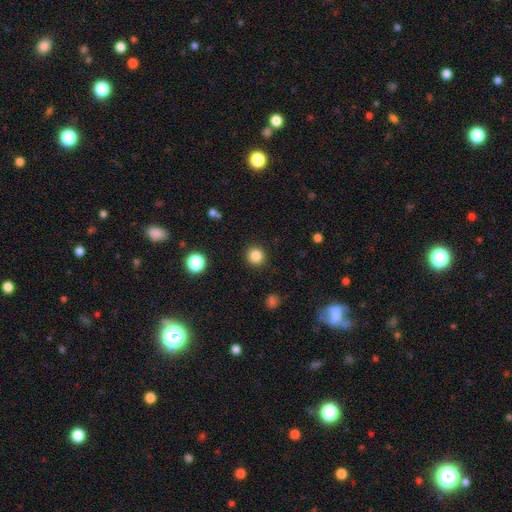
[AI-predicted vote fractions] Smooth or featured: smooth — 84% (star or artifact — 11%)
How rounded: round — 93% (in between — 6%)
Merging: none — 91% (minor disturbance — 6%)